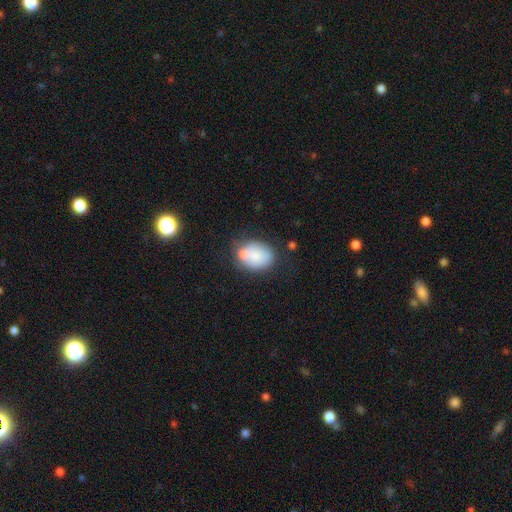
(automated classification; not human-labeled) smooth-or-featured: smooth: 73% | featured or disk: 20% | star or artifact: 8%
  how-rounded: in between: 66% | round: 33% | cigar-shaped: 1%
  merging: none: 43% | merger: 28% | minor disturbance: 20% | major disturbance: 8%